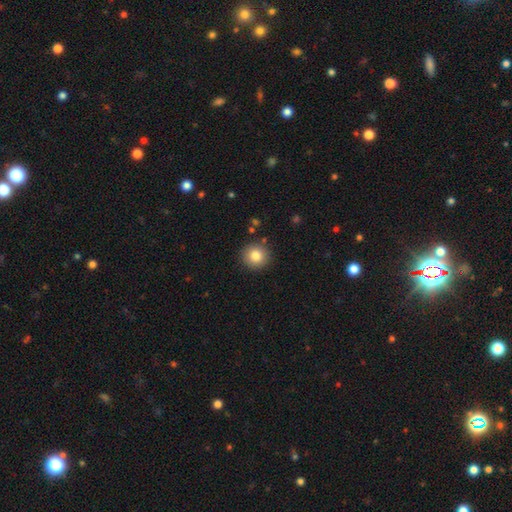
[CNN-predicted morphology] Smooth or featured? smooth (82%)
How rounded? round (92%)
Merging? none (89%)